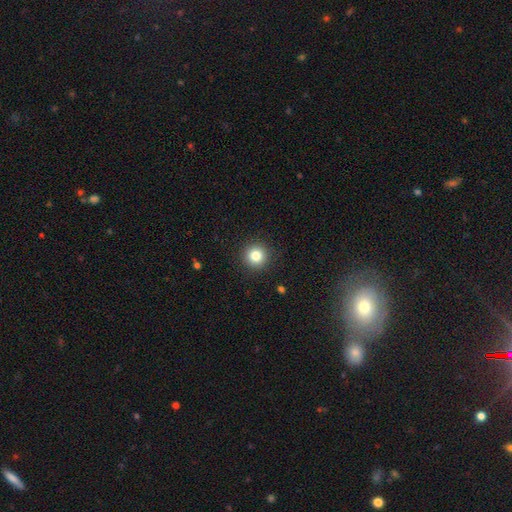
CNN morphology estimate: This is clearly a smooth galaxy (82%). How rounded: clearly round (95%). Merging: clearly none (92%).